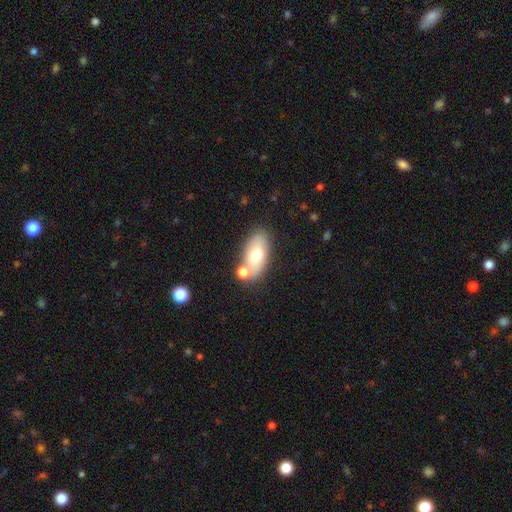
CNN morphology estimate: Q: Smooth or featured?
A: smooth (65%); runner-up: featured or disk (26%)
Q: How rounded?
A: in between (88%); runner-up: round (6%)
Q: Merging?
A: none (62%); runner-up: merger (20%)